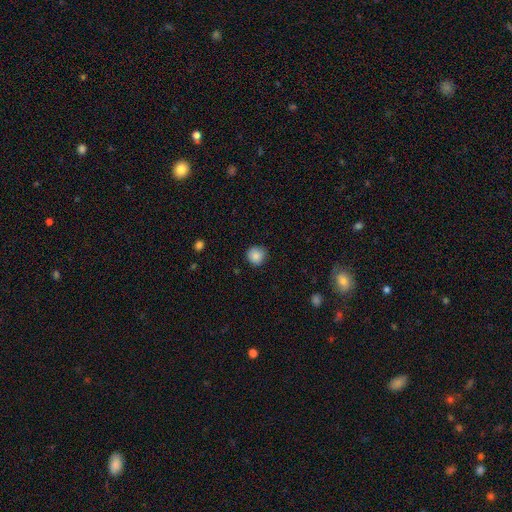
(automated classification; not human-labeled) smooth-or-featured: smooth: 87% | star or artifact: 9% | featured or disk: 4%
  how-rounded: round: 92% | in between: 7% | cigar-shaped: 1%
  merging: none: 84% | minor disturbance: 13% | major disturbance: 2% | merger: 1%